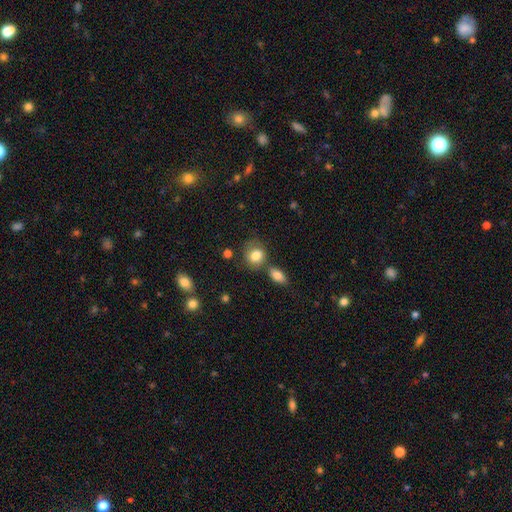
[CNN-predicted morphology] This is clearly a smooth galaxy (83%). How rounded: possibly round (57%). Merging: possibly none (60%).